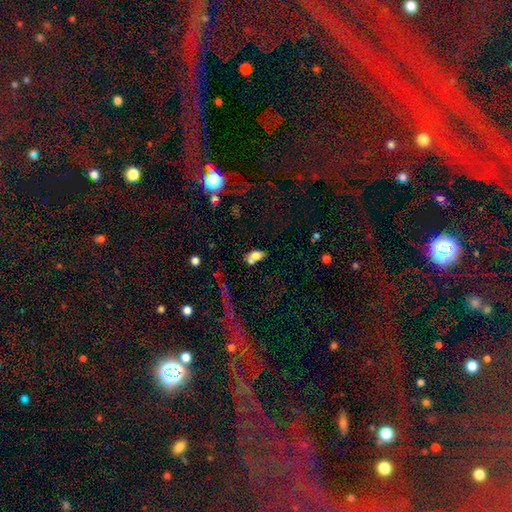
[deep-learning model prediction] Q: Smooth or featured?
A: smooth (72%); runner-up: featured or disk (17%)
Q: How rounded?
A: in between (84%); runner-up: round (12%)
Q: Merging?
A: none (42%); runner-up: merger (36%)